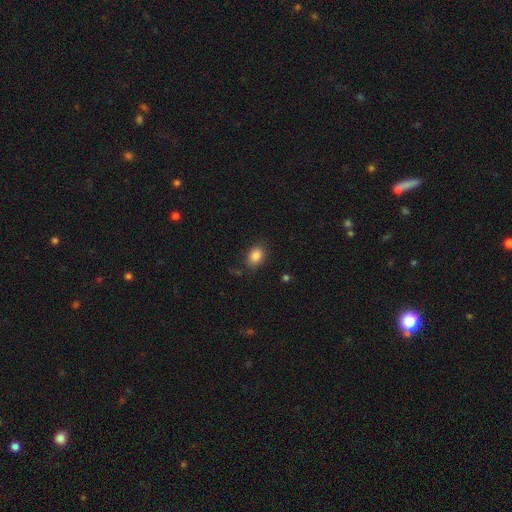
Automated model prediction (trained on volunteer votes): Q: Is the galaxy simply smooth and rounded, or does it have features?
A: smooth — 85%.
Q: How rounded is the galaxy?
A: in between — 66%.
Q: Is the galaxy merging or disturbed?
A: none — 80%.